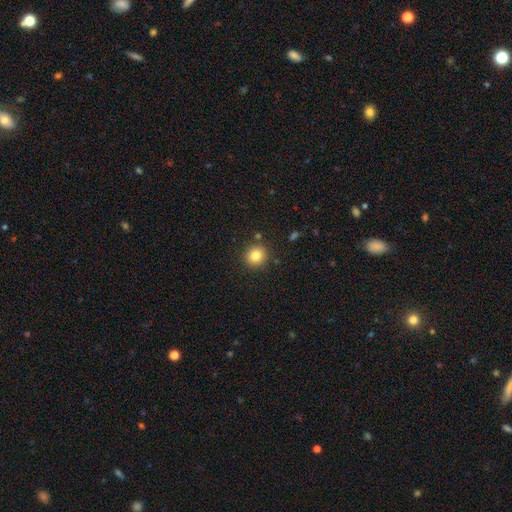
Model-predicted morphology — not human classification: smooth 82%, star or artifact 11%, featured or disk 7%. Down the decision tree: how rounded — round (90%); merging — none (88%).